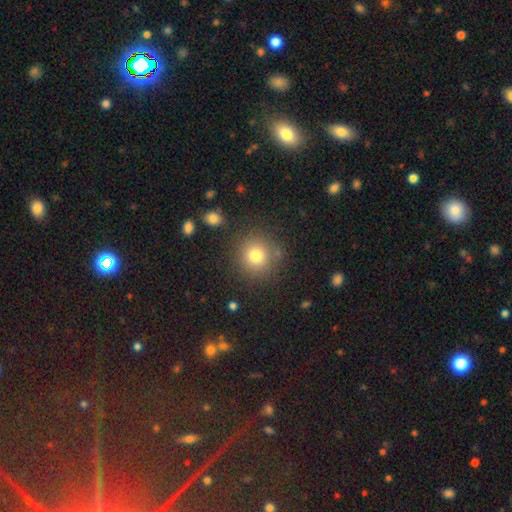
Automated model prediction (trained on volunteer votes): Smooth or featured? smooth (78%)
How rounded? round (92%)
Merging? none (84%)